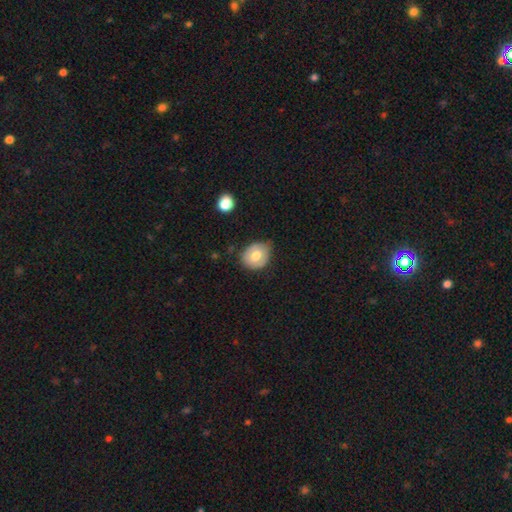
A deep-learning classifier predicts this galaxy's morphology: smooth-or-featured: smooth: 62% | featured or disk: 31% | star or artifact: 7%
  how-rounded: round: 55% | in between: 44% | cigar-shaped: 1%
  merging: none: 68% | minor disturbance: 25% | major disturbance: 5% | merger: 2%